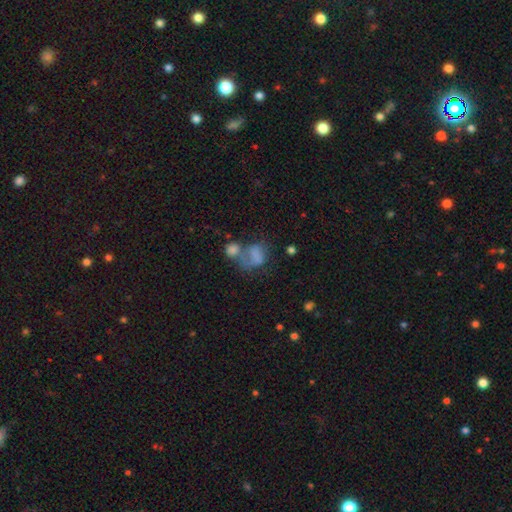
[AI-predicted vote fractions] This is likely a smooth galaxy (67%). How rounded: possibly in between (60%). Merging: possibly merger (47%).